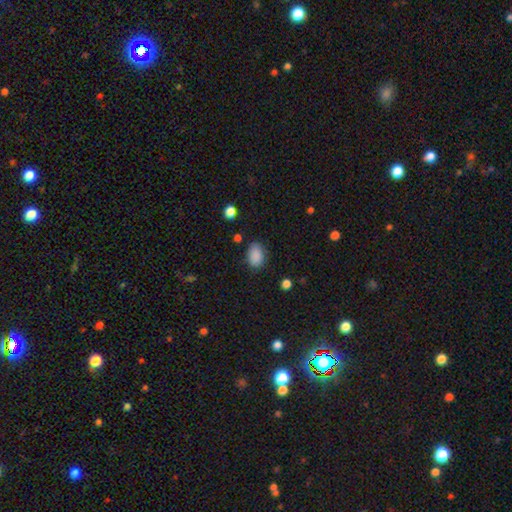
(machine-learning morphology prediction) A smooth galaxy with no disk features (88%) that is in between round and cigar-shaped (85%). Merging: none (79%).